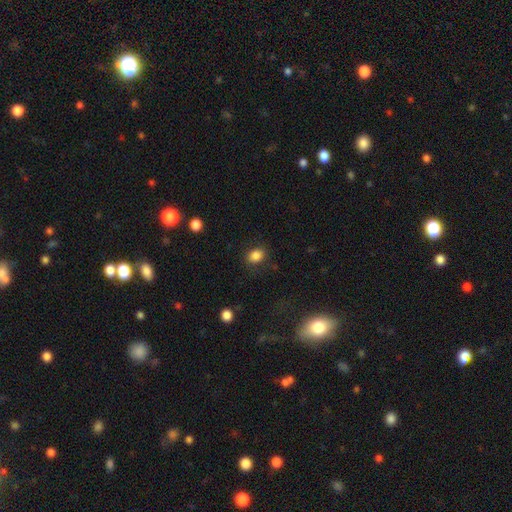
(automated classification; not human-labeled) Smooth or featured? Predicted: smooth (p=0.85). How rounded? Predicted: in between (p=0.59). Merging? Predicted: none (p=0.81).